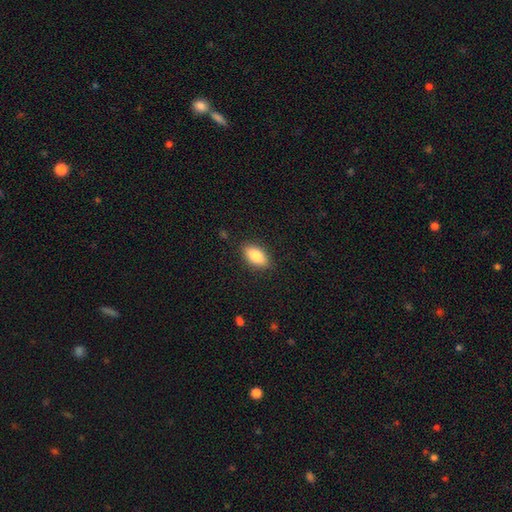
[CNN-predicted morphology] Overall: smooth (84%). How rounded: in between (90%). Merging: none (87%).